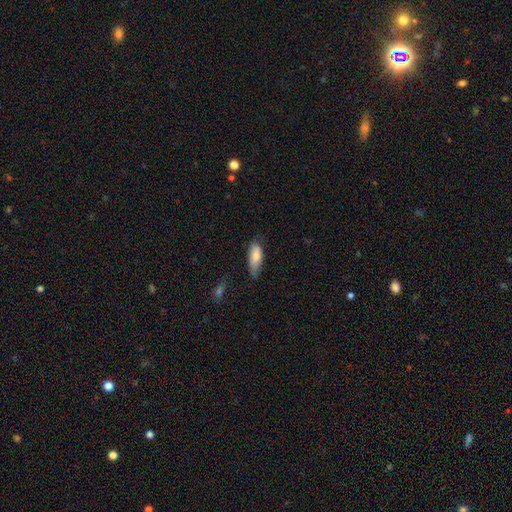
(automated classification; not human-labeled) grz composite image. It shows a smooth galaxy with no disk features (81%) that is in between round and cigar-shaped (75%). Merging: none (48%).